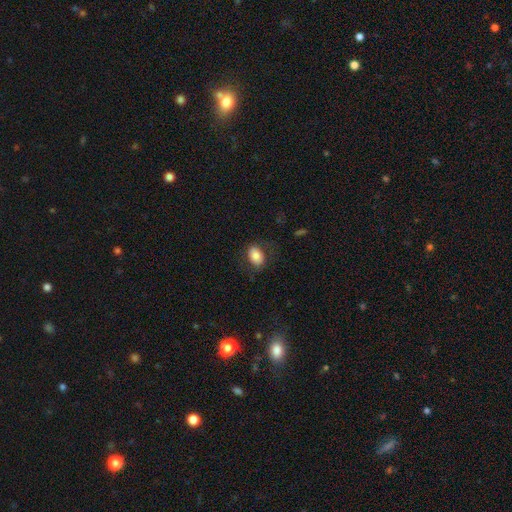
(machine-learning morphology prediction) Smooth or featured? Predicted: smooth (p=0.81). How rounded? Predicted: in between (p=0.86). Merging? Predicted: none (p=0.74).